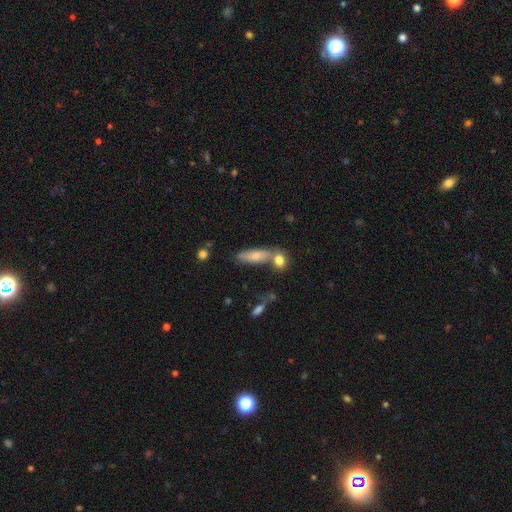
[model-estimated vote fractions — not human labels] A smooth galaxy with no disk features (70%) that is cigar-shaped (49%).

Vote fractions:
- Smooth or featured? smooth: 70% / featured or disk: 23% / star or artifact: 7%
- How rounded? cigar-shaped: 49% / in between: 48% / round: 3%
- Merging? none: 53% / merger: 28% / minor disturbance: 15% / major disturbance: 5%